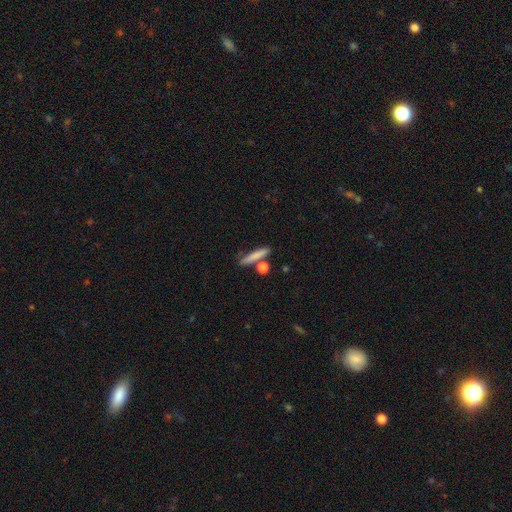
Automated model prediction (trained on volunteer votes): Smooth or featured? Predicted: smooth (p=0.76). How rounded? Predicted: cigar-shaped (p=0.81). Merging? Predicted: none (p=0.75).